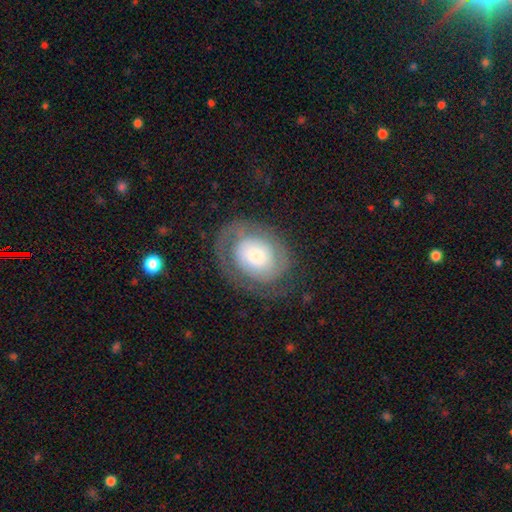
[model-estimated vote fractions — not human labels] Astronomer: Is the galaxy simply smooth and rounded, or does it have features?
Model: featured or disk — 54% (runner-up: smooth, 39%).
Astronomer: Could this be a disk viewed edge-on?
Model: no — 96%.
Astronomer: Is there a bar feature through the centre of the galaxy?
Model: no — 81%.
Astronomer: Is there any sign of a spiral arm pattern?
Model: yes — 62% (runner-up: no, 38%).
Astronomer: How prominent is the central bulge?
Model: moderate — 39% (runner-up: small, 30%).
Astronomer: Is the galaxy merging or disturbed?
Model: none — 64%.